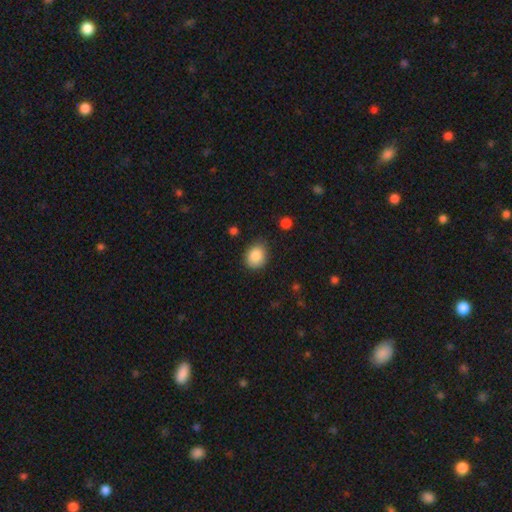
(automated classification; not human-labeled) smooth_or_featured: smooth (p=0.87) [alt: star or artifact p=0.08]
how_rounded: round (p=0.55) [alt: in between p=0.44]
merging: none (p=0.77) [alt: minor disturbance p=0.18]